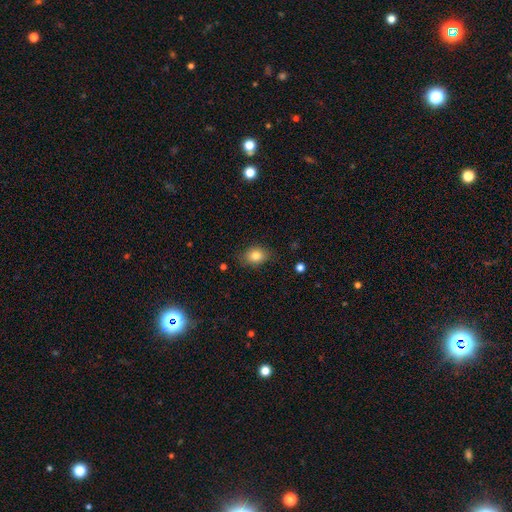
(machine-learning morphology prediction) Smooth or featured? Predicted: smooth (p=0.82). How rounded? Predicted: in between (p=0.58). Merging? Predicted: none (p=0.82).